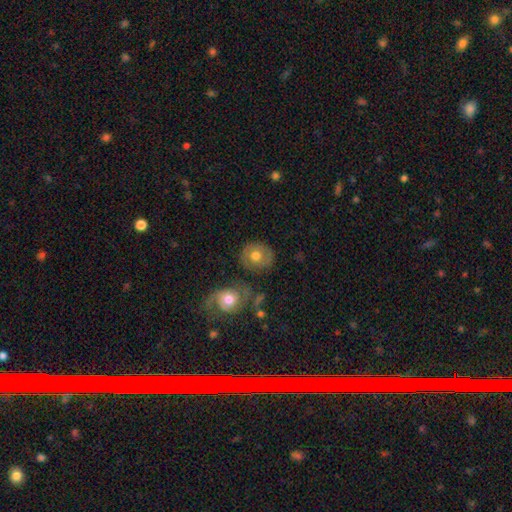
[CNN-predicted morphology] The model was most divided on "smooth or featured": smooth: 57%, featured or disk: 36%, star or artifact: 7%. More confident: how rounded — round (80%); merging — none (75%).